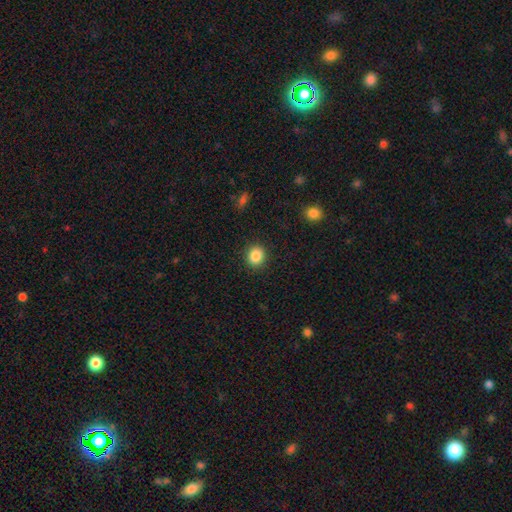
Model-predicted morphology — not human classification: smooth 86%, star or artifact 10%, featured or disk 4%. Down the decision tree: how rounded — round (79%); merging — none (91%).